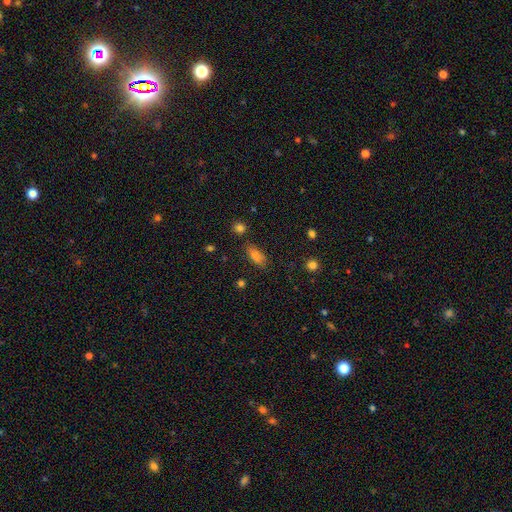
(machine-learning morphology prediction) Overall: smooth (77%). How rounded: in between (80%). Merging: none (78%).